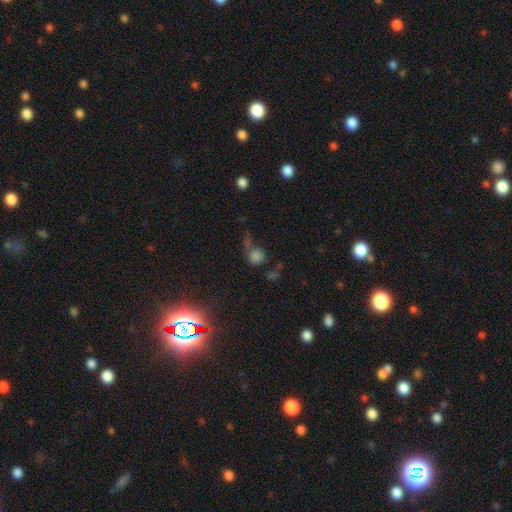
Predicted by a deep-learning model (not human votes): Morphology: type=smooth (73%); roundness=round (87%); merging=none (48%).